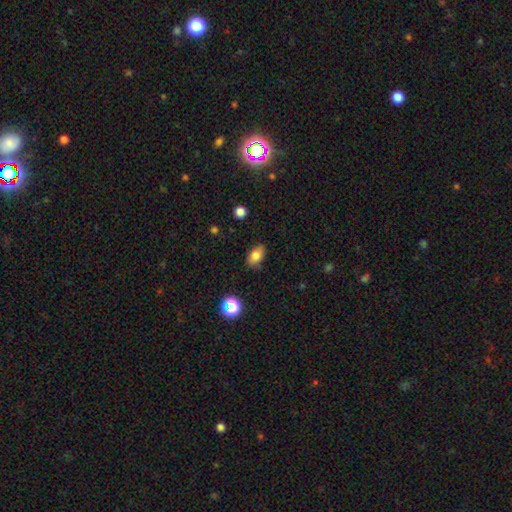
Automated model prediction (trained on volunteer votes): The model was most divided on "merging": none: 83%, minor disturbance: 13%, major disturbance: 3%, merger: 1%. More confident: how rounded — in between (87%); smooth or featured — smooth (81%).